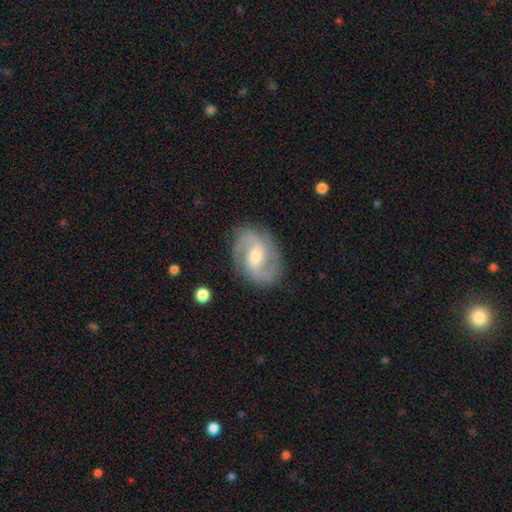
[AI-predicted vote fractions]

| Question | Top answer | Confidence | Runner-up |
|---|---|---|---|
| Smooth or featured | featured or disk | 85% | smooth (10%) |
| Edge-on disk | no | 97% | yes (3%) |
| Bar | weak | 52% | no (31%) |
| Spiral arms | yes | 96% | no (4%) |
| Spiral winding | medium | 54% | tight (27%) |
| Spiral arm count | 2 | 80% | 3 (9%) |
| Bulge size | moderate | 58% | small (35%) |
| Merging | none | 81% | minor disturbance (13%) |